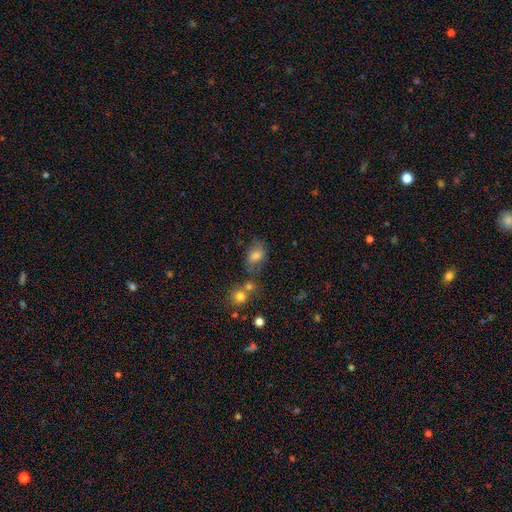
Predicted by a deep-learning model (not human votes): Smooth or featured?
  - smooth: 75% *
  - featured or disk: 13%
  - star or artifact: 11%
How rounded?
  - in between: 82% *
  - round: 16%
  - cigar-shaped: 2%
Merging?
  - none: 51% *
  - minor disturbance: 21%
  - merger: 19%
  - major disturbance: 10%